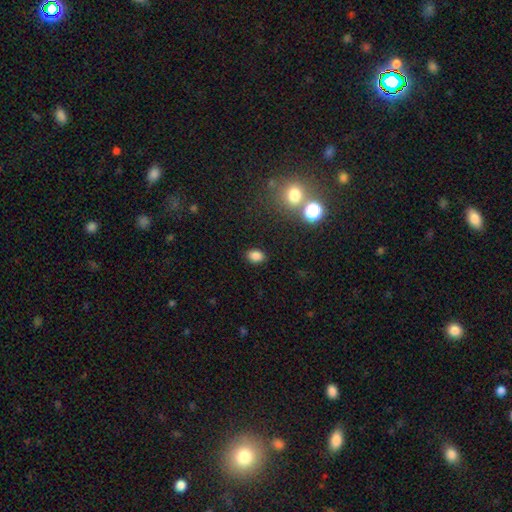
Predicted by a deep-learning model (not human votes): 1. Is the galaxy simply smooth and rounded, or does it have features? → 83% smooth, 13% star or artifact, 4% featured or disk.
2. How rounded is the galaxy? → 76% in between, 23% round, 1% cigar-shaped.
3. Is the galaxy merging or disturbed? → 87% none, 9% minor disturbance, 3% major disturbance, 2% merger.